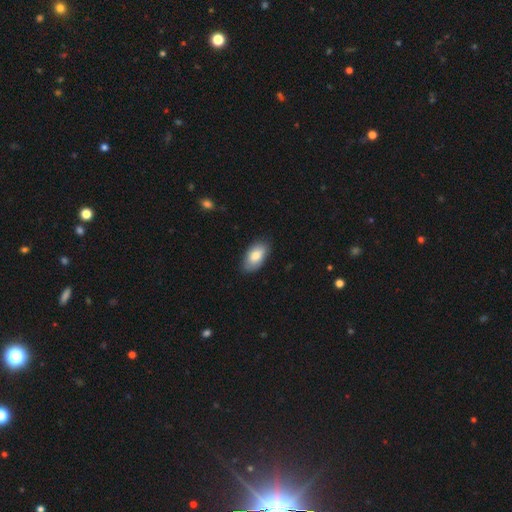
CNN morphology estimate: Smooth or featured? smooth (81%)
How rounded? in between (95%)
Merging? none (83%)